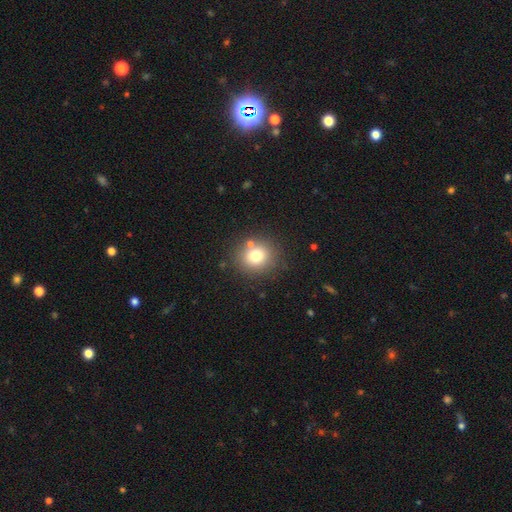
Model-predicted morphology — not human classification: A smooth galaxy with no disk features (76%) that is round (85%).

Vote fractions:
- Smooth or featured? smooth: 76% / star or artifact: 14% / featured or disk: 11%
- How rounded? round: 85% / in between: 14% / cigar-shaped: 1%
- Merging? none: 81% / minor disturbance: 9% / merger: 7% / major disturbance: 3%